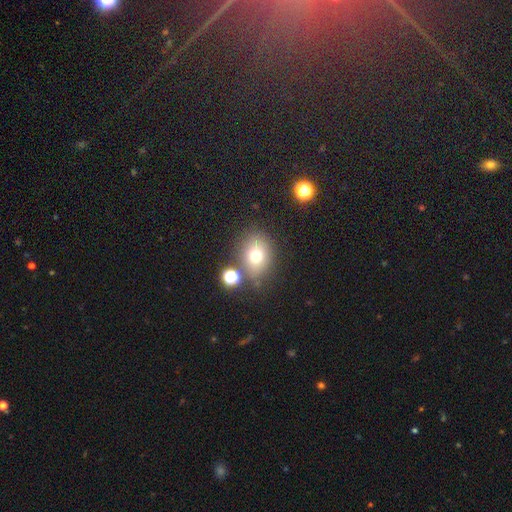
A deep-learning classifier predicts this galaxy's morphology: A smooth galaxy with no disk features (70%) that is round (53%). Merging: none (72%).